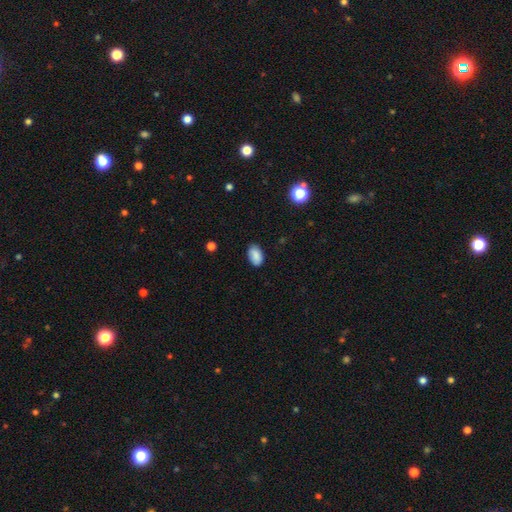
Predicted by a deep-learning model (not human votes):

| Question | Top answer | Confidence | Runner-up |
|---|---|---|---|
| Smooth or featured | smooth | 86% | star or artifact (8%) |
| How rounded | in between | 92% | round (6%) |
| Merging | none | 85% | minor disturbance (12%) |